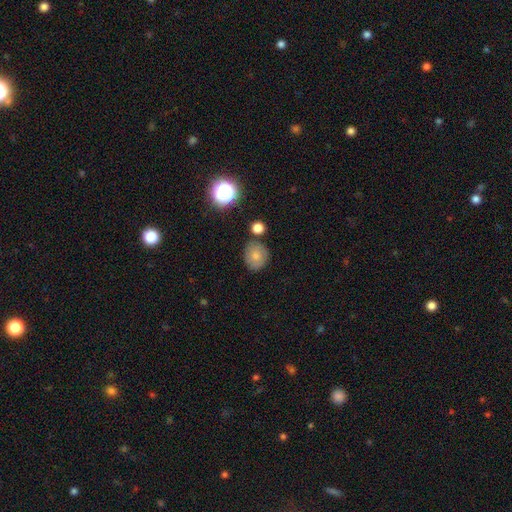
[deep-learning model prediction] Smooth or featured? smooth (74%)
How rounded? round (78%)
Merging? none (75%)